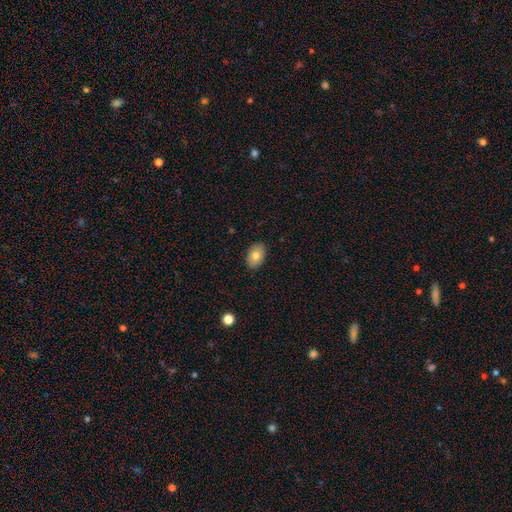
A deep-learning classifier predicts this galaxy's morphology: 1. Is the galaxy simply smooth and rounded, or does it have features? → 79% smooth, 14% featured or disk, 7% star or artifact.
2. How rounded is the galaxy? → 88% in between, 11% round, 1% cigar-shaped.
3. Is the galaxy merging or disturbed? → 88% none, 9% minor disturbance, 2% major disturbance, 1% merger.